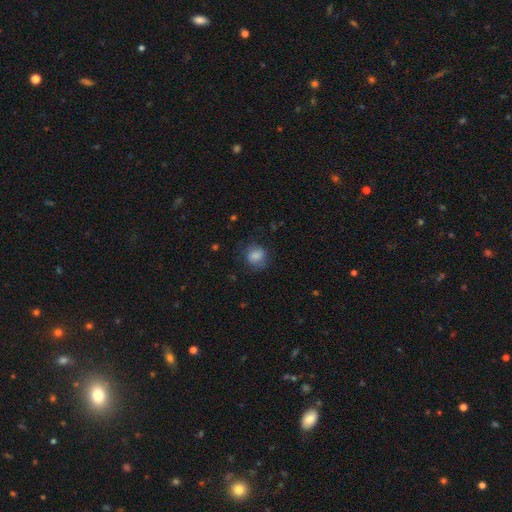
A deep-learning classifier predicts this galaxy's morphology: Smooth or featured? smooth (80%)
How rounded? round (72%)
Merging? none (71%)